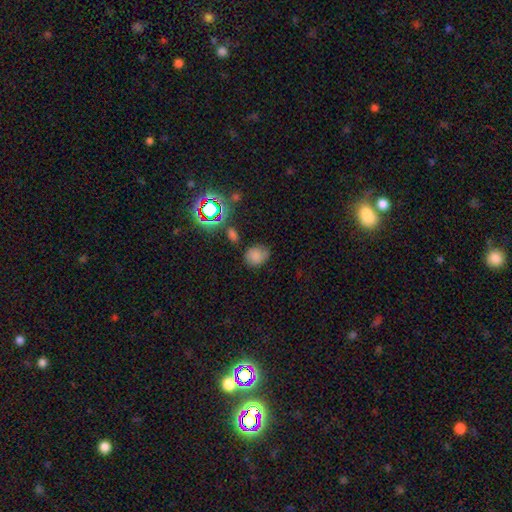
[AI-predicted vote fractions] Overall: smooth (74%). How rounded: round (58%; in between 41%). Merging: none (70%).